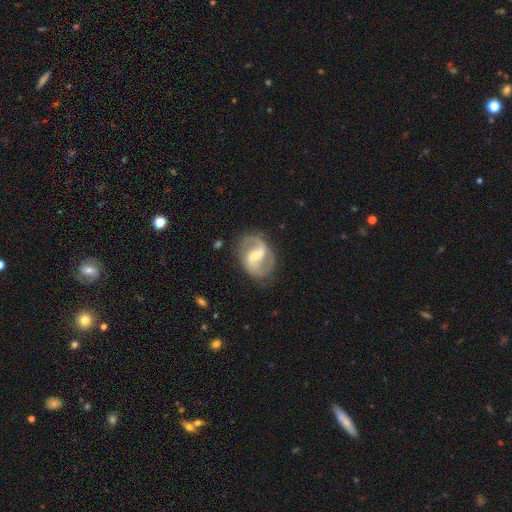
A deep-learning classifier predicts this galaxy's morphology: smooth_or_featured: featured or disk (p=0.86) [alt: smooth p=0.09]
disk_edge_on: no (p=0.98) [alt: yes p=0.02]
bar: weak (p=0.47) [alt: strong p=0.30]
has_spiral_arms: yes (p=0.95) [alt: no p=0.05]
spiral_winding: medium (p=0.50) [alt: loose p=0.35]
spiral_arm_count: 2 (p=0.90) [alt: can't tell p=0.04]
bulge_size: moderate (p=0.54) [alt: small p=0.42]
merging: none (p=0.78) [alt: minor disturbance p=0.15]